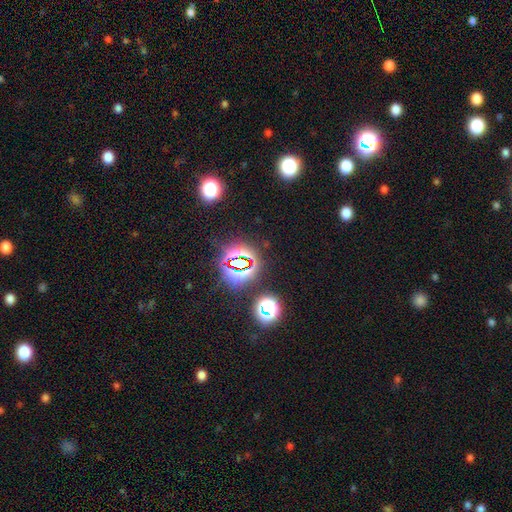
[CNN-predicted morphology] Smooth or featured? Predicted: star or artifact (p=0.77).